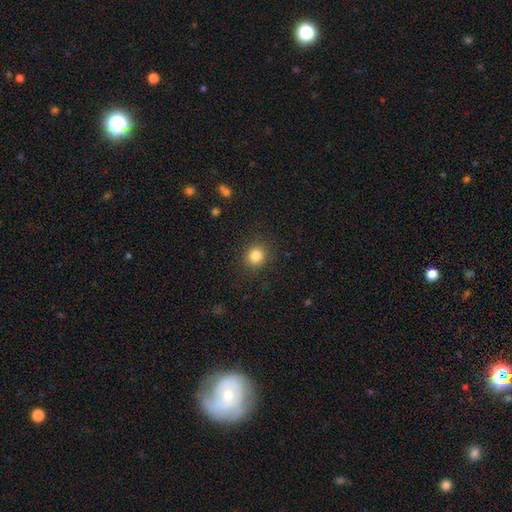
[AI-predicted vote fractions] Overall: smooth (83%). How rounded: round (83%). Merging: none (88%).